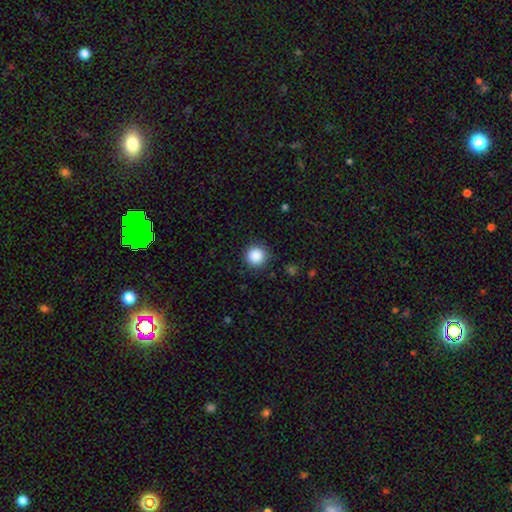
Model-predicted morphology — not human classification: smooth_or_featured: smooth (p=0.87) [alt: star or artifact p=0.10]
how_rounded: round (p=0.96) [alt: in between p=0.03]
merging: none (p=0.90) [alt: minor disturbance p=0.06]